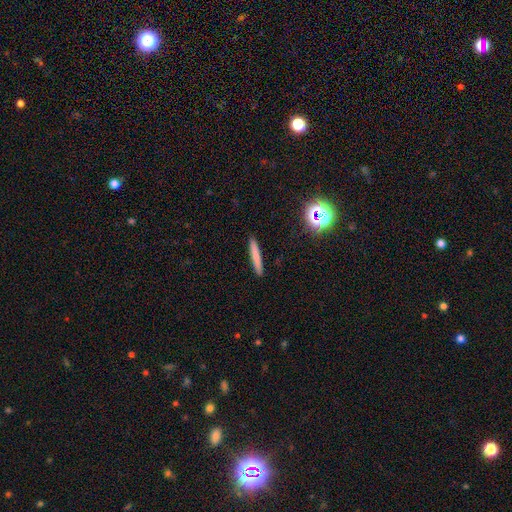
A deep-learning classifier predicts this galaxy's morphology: Smooth or featured?
  - smooth: 75% *
  - featured or disk: 16%
  - star or artifact: 9%
How rounded?
  - cigar-shaped: 95% *
  - in between: 3%
  - round: 1%
Merging?
  - none: 91% *
  - minor disturbance: 6%
  - major disturbance: 2%
  - merger: 1%